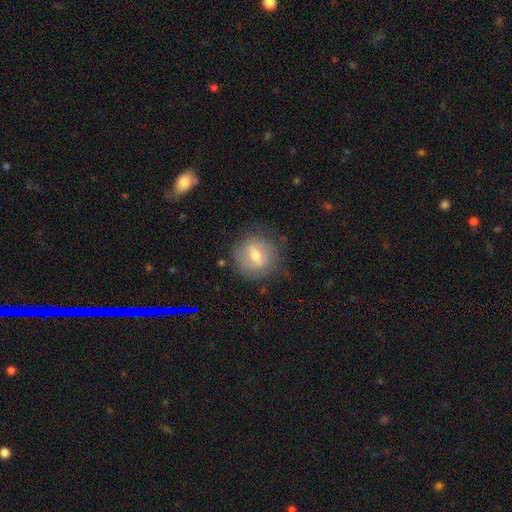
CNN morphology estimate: The model was most divided on "smooth or featured": featured or disk: 52%, smooth: 41%, star or artifact: 8%. More confident: edge-on disk — no (91%); merging — none (75%).